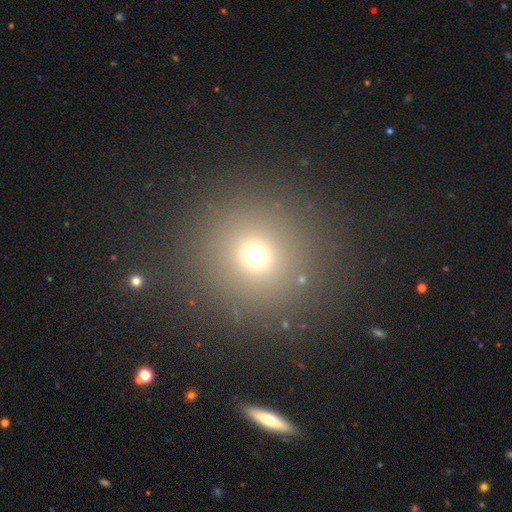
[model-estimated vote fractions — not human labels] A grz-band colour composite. It shows a smooth galaxy with no disk features (67%) that is round (93%). Merging: none (88%).